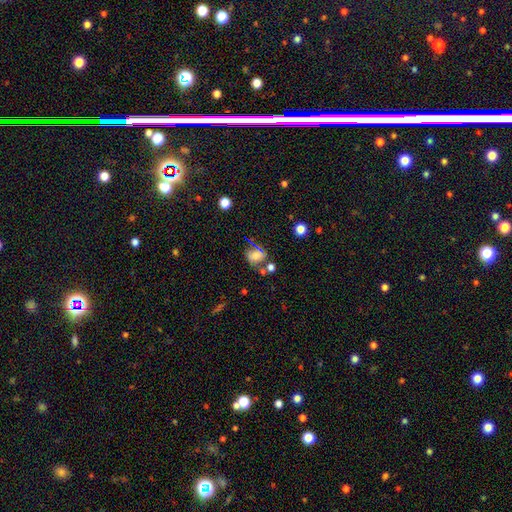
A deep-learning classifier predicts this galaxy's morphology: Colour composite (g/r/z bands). It shows a smooth galaxy with no disk features (46%). Merging: none (47%).